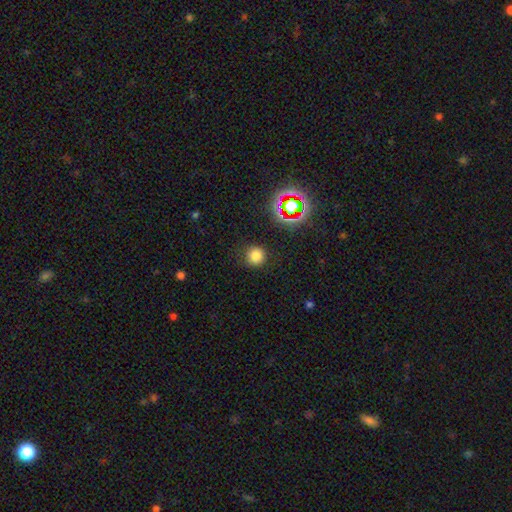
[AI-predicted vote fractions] Q: Smooth or featured?
A: smooth (76%); runner-up: star or artifact (18%)
Q: How rounded?
A: round (93%); runner-up: in between (6%)
Q: Merging?
A: none (86%); runner-up: minor disturbance (9%)